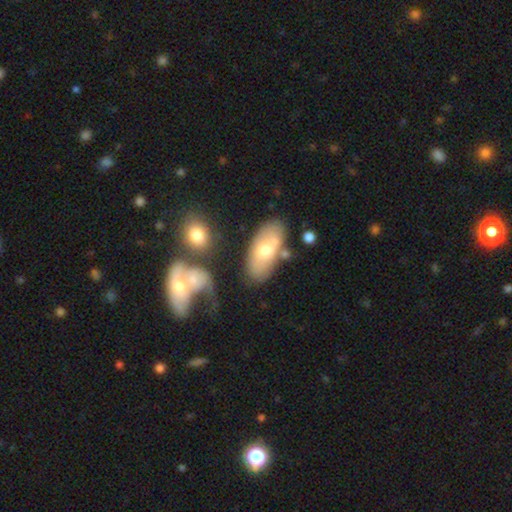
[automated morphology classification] Smooth or featured? Predicted: featured or disk (p=0.48). Merging? Predicted: none (p=0.51).